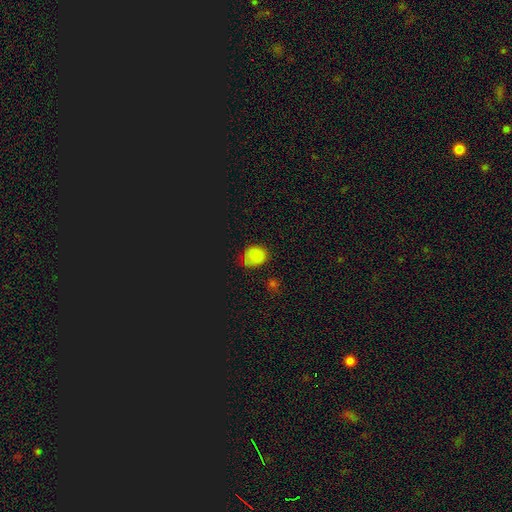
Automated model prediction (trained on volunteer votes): A smooth galaxy with no disk features (75%) that is round (61%). Merging: none (64%).